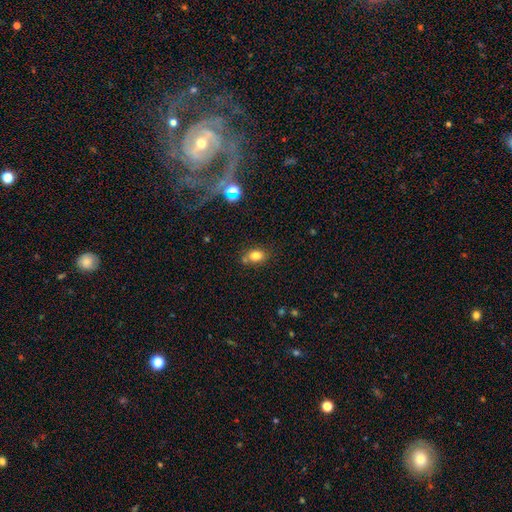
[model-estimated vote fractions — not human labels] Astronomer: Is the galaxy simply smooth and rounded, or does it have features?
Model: smooth — 79%.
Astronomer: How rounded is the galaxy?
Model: in between — 67%.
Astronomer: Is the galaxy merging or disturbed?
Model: none — 67%.